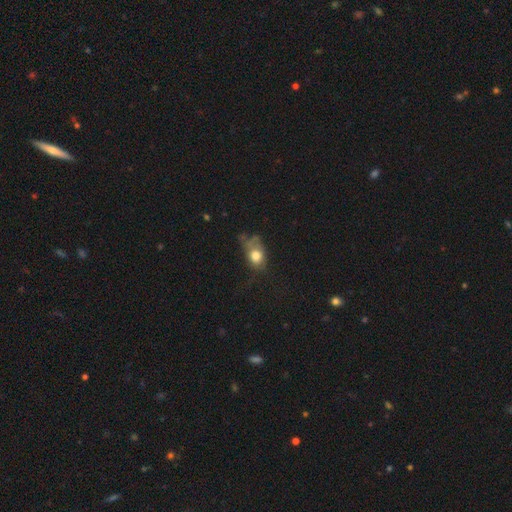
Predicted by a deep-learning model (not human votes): Smooth or featured: smooth — 73% (featured or disk — 18%)
How rounded: in between — 70% (round — 27%)
Merging: major disturbance — 33% (minor disturbance — 32%)